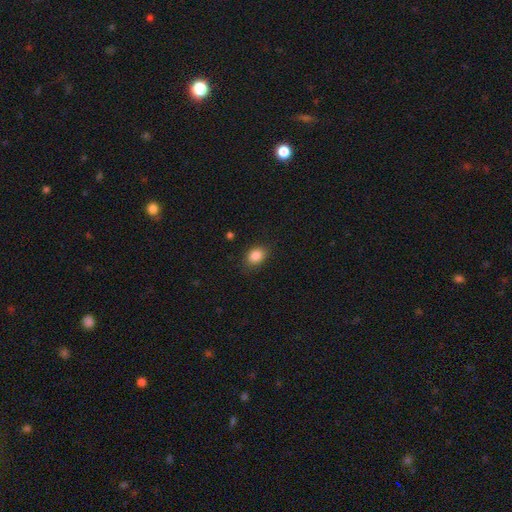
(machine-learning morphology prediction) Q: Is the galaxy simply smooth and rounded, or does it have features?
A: smooth — 86%.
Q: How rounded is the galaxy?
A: in between — 64%.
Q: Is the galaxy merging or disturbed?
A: none — 83%.